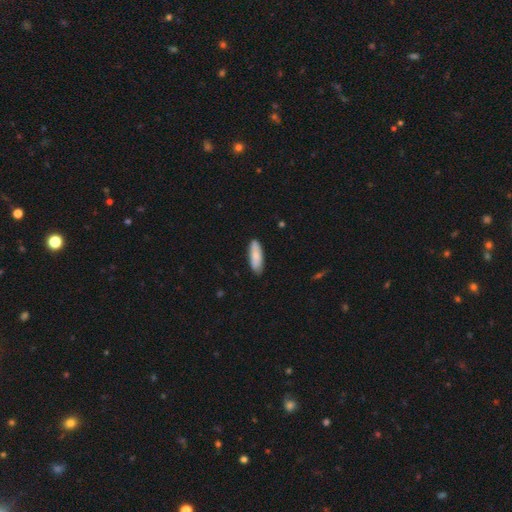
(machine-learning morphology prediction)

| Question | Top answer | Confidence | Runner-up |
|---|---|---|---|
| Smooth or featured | smooth | 82% | featured or disk (13%) |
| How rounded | in between | 55% | cigar-shaped (44%) |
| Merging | none | 85% | minor disturbance (12%) |